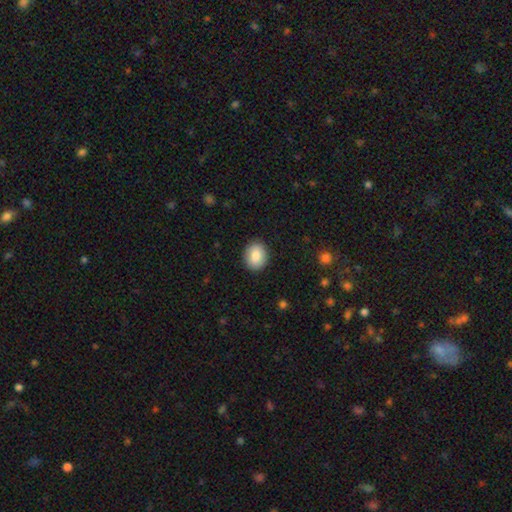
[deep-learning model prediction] This appears to be a smooth galaxy with no disk features (86%) that is in between round and cigar-shaped (54%). Merging: none (89%).